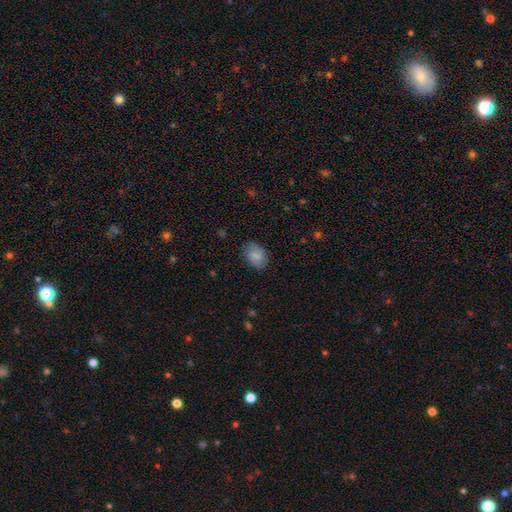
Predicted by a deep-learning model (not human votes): Smooth or featured?
  - smooth: 79% *
  - featured or disk: 13%
  - star or artifact: 8%
How rounded?
  - in between: 69% *
  - round: 30%
  - cigar-shaped: 1%
Merging?
  - none: 80% *
  - minor disturbance: 15%
  - major disturbance: 4%
  - merger: 1%